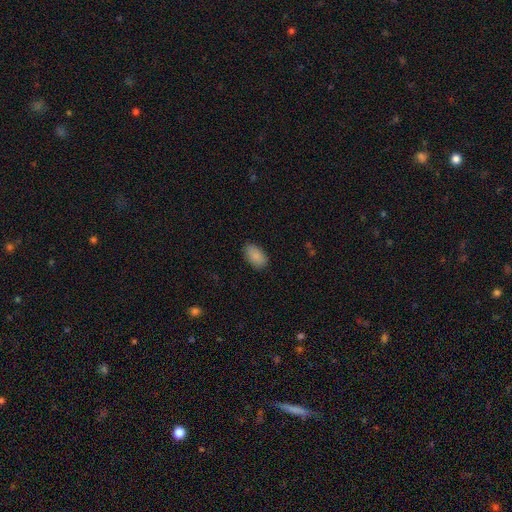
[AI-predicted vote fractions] This is clearly a smooth galaxy (89%). How rounded: clearly in between (94%). Merging: clearly none (85%).